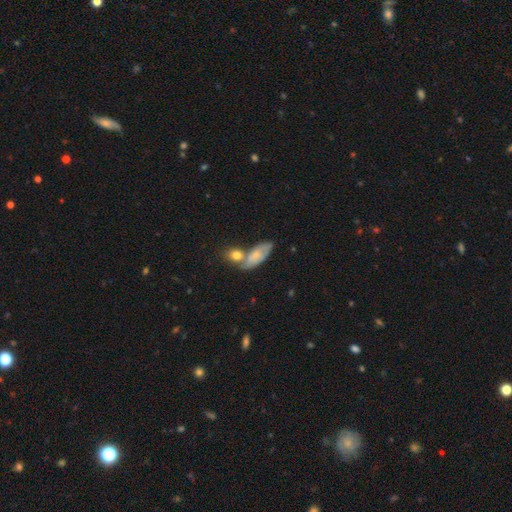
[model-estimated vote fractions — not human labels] Smooth or featured: smooth — 63% (featured or disk — 30%)
How rounded: in between — 81% (cigar-shaped — 13%)
Merging: merger — 40% (none — 38%)